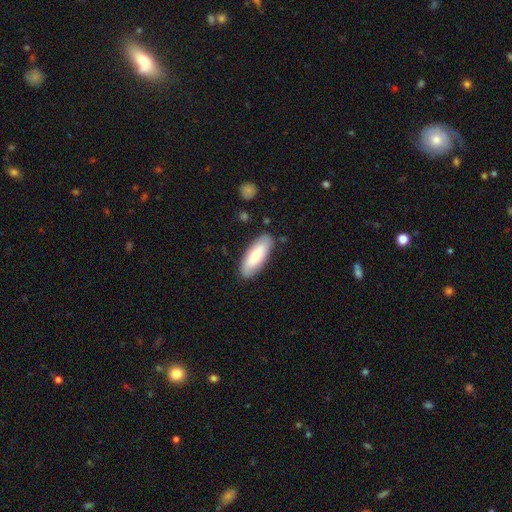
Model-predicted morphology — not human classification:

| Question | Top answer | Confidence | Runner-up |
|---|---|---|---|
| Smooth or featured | smooth | 69% | featured or disk (25%) |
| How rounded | in between | 77% | cigar-shaped (21%) |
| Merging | none | 85% | minor disturbance (11%) |